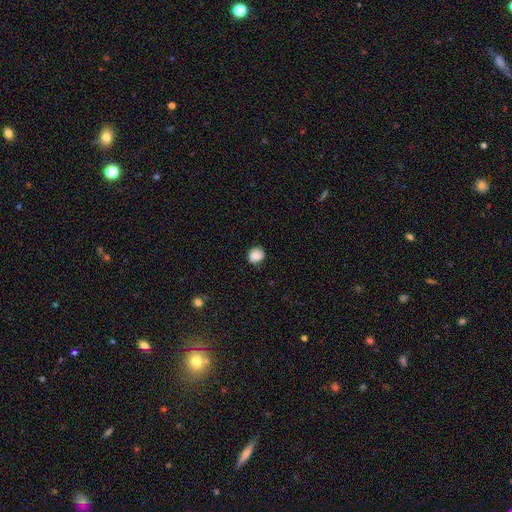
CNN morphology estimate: The model was most divided on "how rounded": round: 82%, in between: 17%, cigar-shaped: 1%. More confident: smooth or featured — smooth (87%); merging — none (83%).